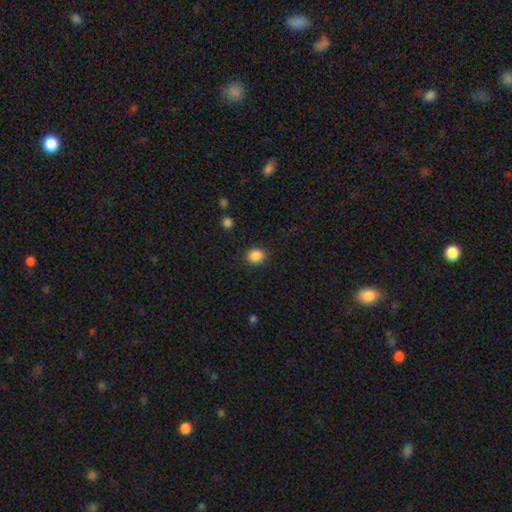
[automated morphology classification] This appears to be a smooth galaxy with no disk features (87%) that is round (75%). Merging: none (89%).